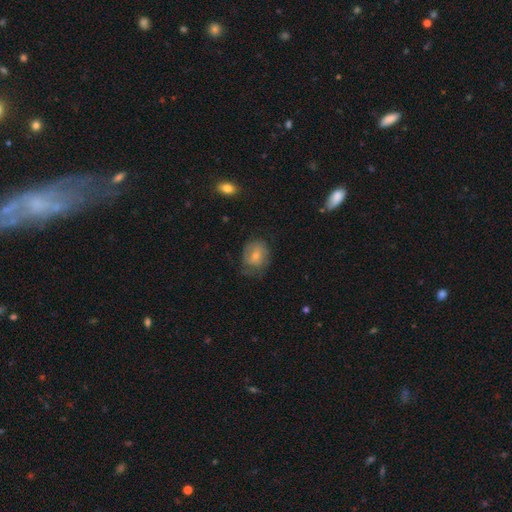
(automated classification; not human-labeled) This is likely a smooth galaxy (66%). How rounded: possibly round (55%). Merging: possibly none (53%).